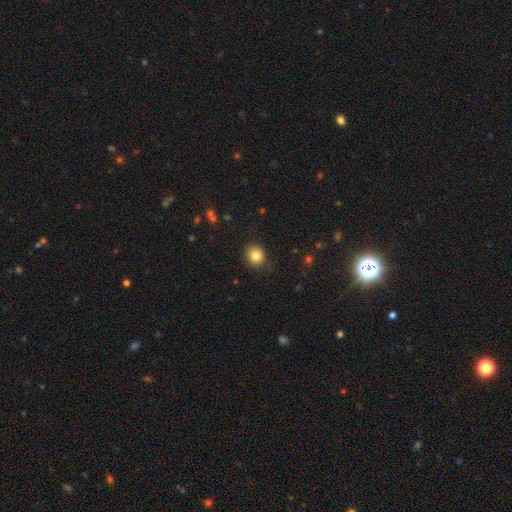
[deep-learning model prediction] smooth-or-featured: smooth: 83% | star or artifact: 10% | featured or disk: 7%
  how-rounded: round: 67% | in between: 32% | cigar-shaped: 1%
  merging: none: 84% | minor disturbance: 12% | major disturbance: 3% | merger: 1%